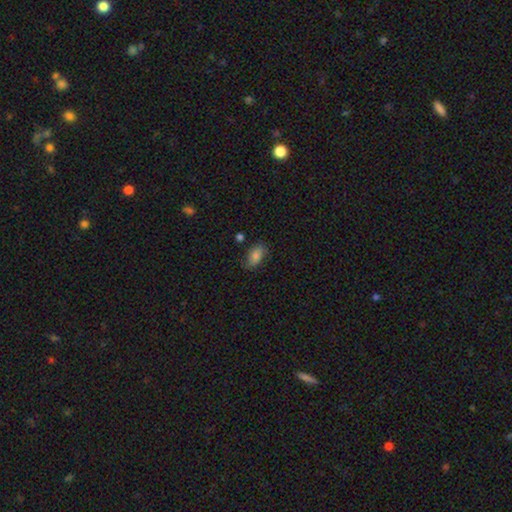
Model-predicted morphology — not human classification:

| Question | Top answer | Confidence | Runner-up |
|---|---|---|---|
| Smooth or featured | smooth | 80% | featured or disk (11%) |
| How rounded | in between | 92% | round (5%) |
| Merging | none | 76% | minor disturbance (18%) |